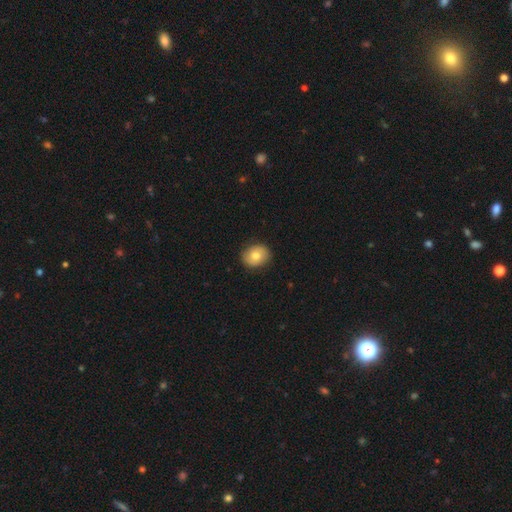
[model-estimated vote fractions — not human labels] A smooth galaxy with no disk features (73%) that is round (61%). Merging: none (86%).